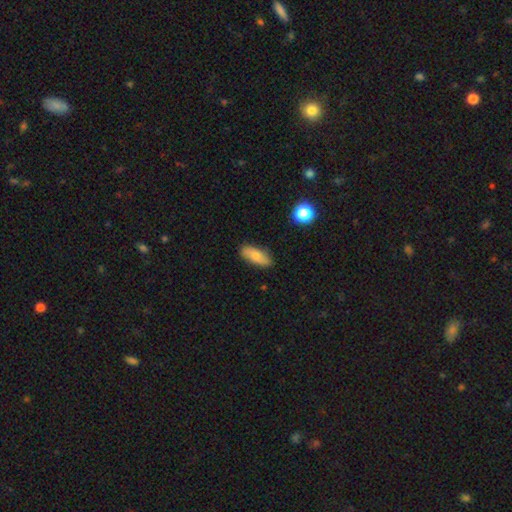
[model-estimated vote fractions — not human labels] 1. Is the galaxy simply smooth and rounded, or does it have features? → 78% smooth, 15% featured or disk, 7% star or artifact.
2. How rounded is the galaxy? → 77% in between, 20% cigar-shaped, 3% round.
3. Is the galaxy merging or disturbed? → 85% none, 12% minor disturbance, 2% major disturbance, 2% merger.